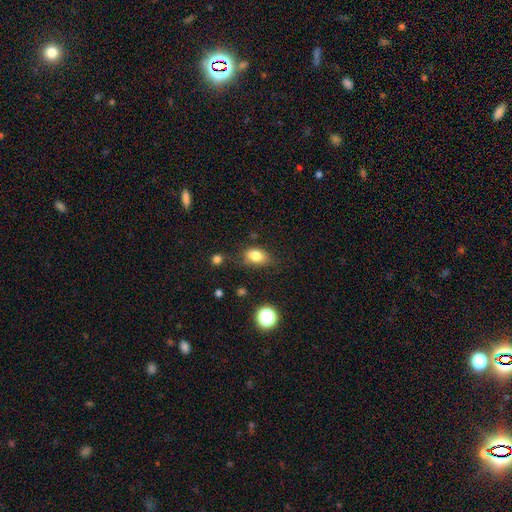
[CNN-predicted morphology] Smooth or featured? Predicted: smooth (p=0.80). How rounded? Predicted: in between (p=0.81). Merging? Predicted: none (p=0.67).